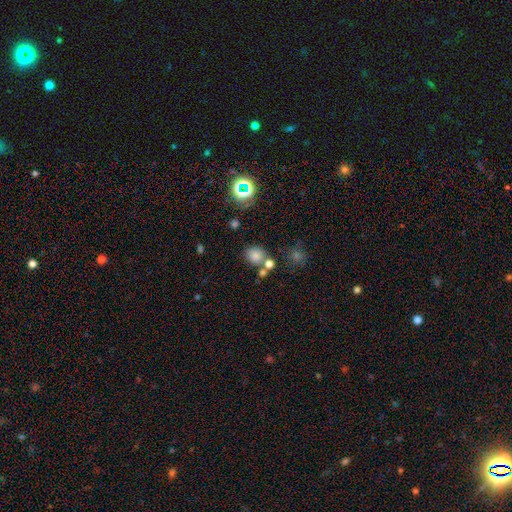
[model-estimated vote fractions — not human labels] Smooth or featured? smooth (76%)
How rounded? round (71%)
Merging? none (62%)